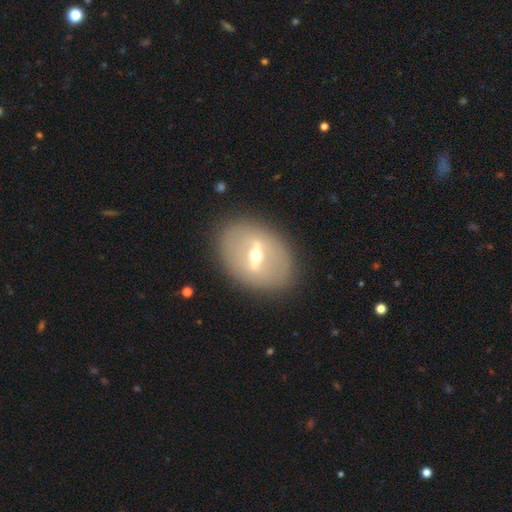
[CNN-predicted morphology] The model was most divided on "bar": strong: 57%, weak: 34%, no: 9%. More confident: merging — none (85%); edge-on disk — no (85%); spiral arms — no (83%); smooth or featured — featured or disk (70%); bulge size — moderate (60%).